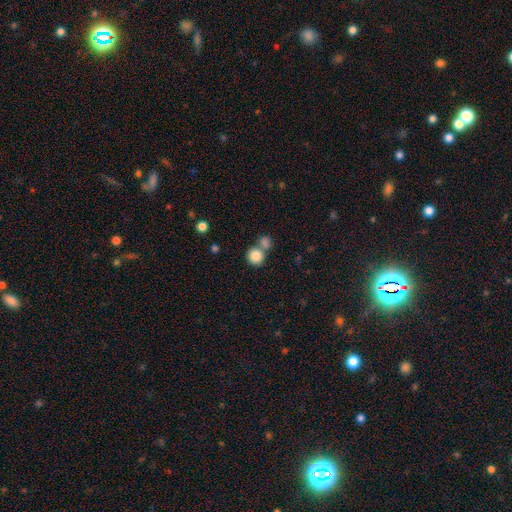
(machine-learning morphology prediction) Smooth or featured? smooth (84%)
How rounded? round (89%)
Merging? none (53%)